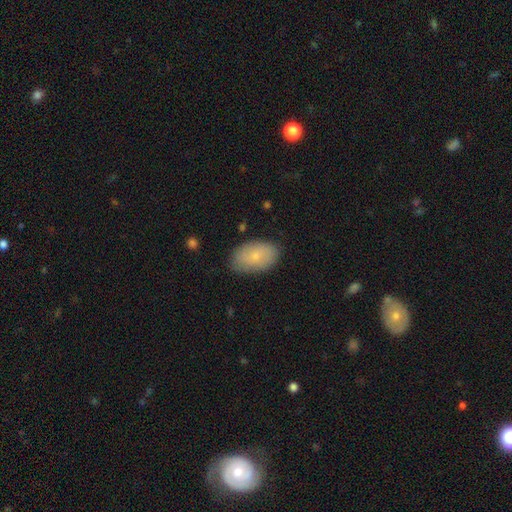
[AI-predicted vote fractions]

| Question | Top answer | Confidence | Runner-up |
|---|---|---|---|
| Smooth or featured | smooth | 74% | featured or disk (19%) |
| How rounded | in between | 92% | round (7%) |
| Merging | none | 79% | minor disturbance (16%) |